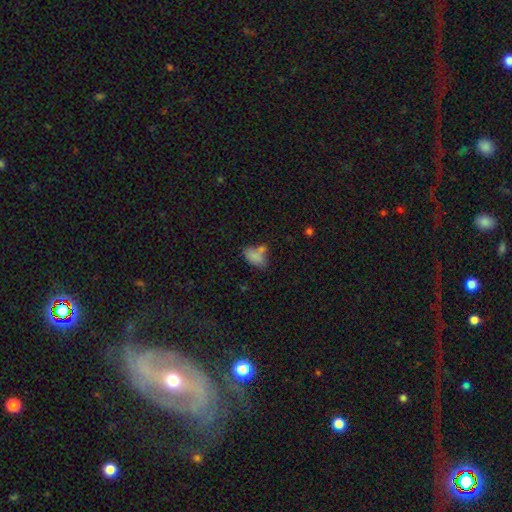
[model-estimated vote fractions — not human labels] This appears to be a smooth galaxy with no disk features (77%) that is in between round and cigar-shaped (88%). Merging: none (43%).